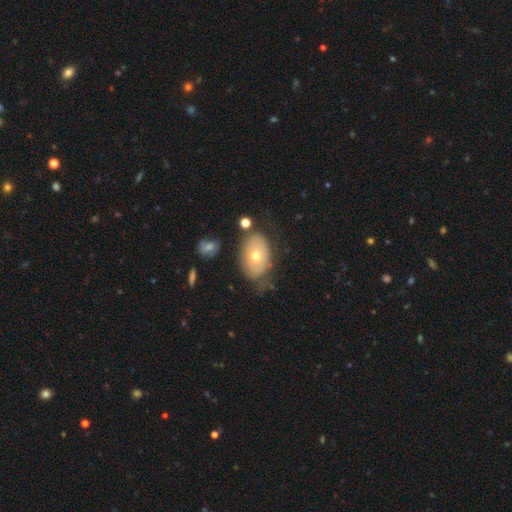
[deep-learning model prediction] smooth-or-featured: smooth: 60% | featured or disk: 32% | star or artifact: 8%
  how-rounded: in between: 83% | round: 16% | cigar-shaped: 1%
  merging: none: 61% | minor disturbance: 23% | major disturbance: 11% | merger: 5%